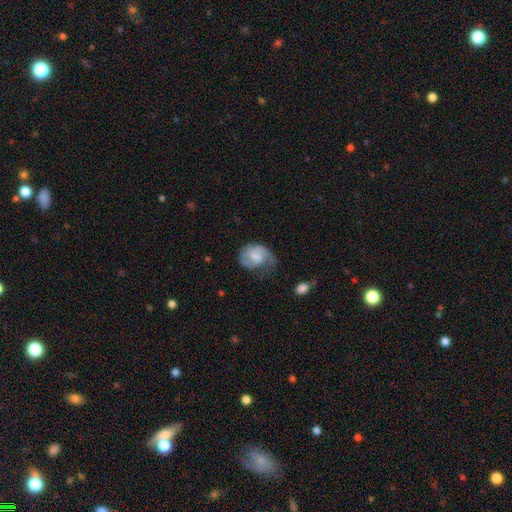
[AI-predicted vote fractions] A featured or disk galaxy (62%) with a weak bar (49%), 2 (47%) medium (44%) spiral arms (88%) and a moderate central bulge (40%). Merging: none (40%).